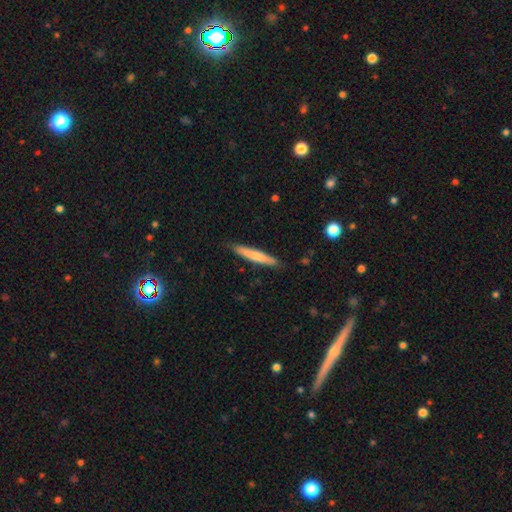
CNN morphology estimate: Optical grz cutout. It shows a smooth galaxy with no disk features (69%) that is cigar-shaped (94%). Merging: none (87%).